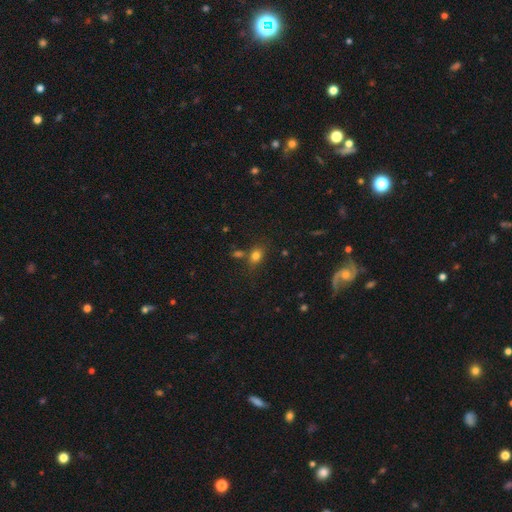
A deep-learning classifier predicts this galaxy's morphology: The model was most divided on "how rounded": in between: 62%, round: 36%, cigar-shaped: 2%. More confident: smooth or featured — smooth (78%); merging — none (66%).